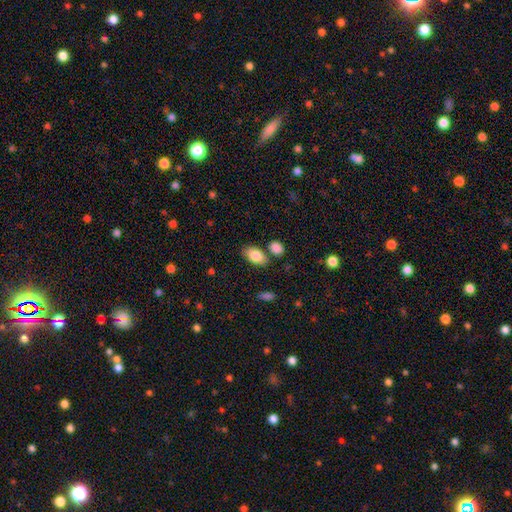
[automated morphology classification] Smooth or featured? Predicted: smooth (p=0.84). How rounded? Predicted: in between (p=0.91). Merging? Predicted: none (p=0.74).